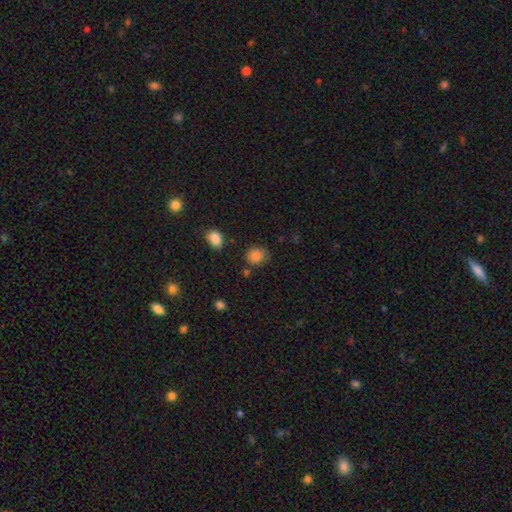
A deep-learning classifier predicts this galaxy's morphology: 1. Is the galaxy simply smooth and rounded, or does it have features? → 83% smooth, 11% star or artifact, 6% featured or disk.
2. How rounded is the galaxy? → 75% round, 24% in between, 1% cigar-shaped.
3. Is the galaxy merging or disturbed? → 71% none, 20% minor disturbance, 5% merger, 4% major disturbance.